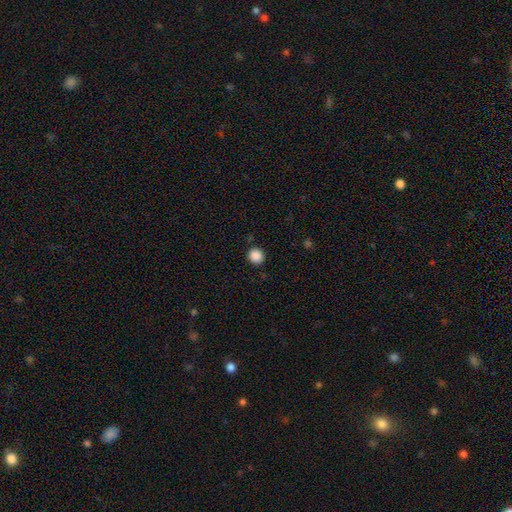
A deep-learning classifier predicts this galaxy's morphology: smooth 88%, star or artifact 10%, featured or disk 2%. Down the decision tree: how rounded — round (91%); merging — none (90%).